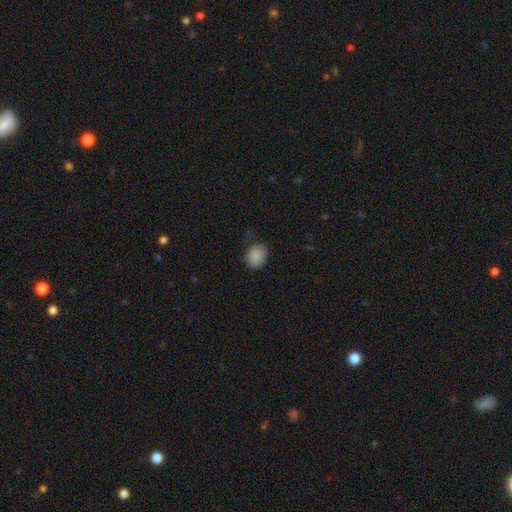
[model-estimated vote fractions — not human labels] A smooth galaxy with no disk features (87%) that is in between round and cigar-shaped (57%). Merging: none (65%).